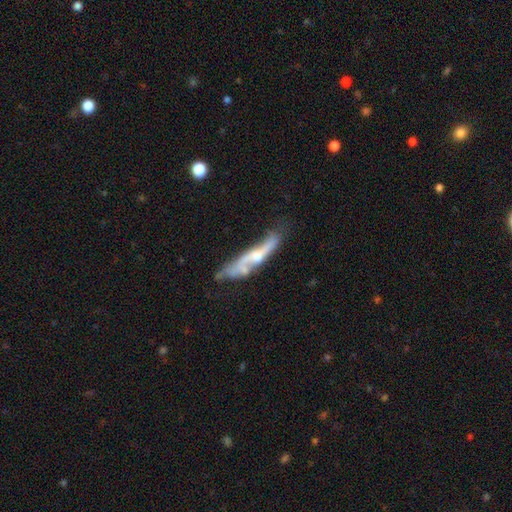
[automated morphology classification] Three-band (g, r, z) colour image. It shows a featured or disk galaxy (65%). Merging: none (38%).